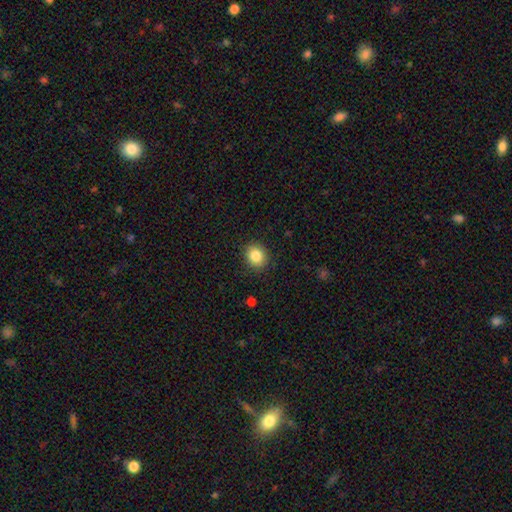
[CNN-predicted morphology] Overall: smooth (85%). How rounded: round (71%). Merging: none (89%).